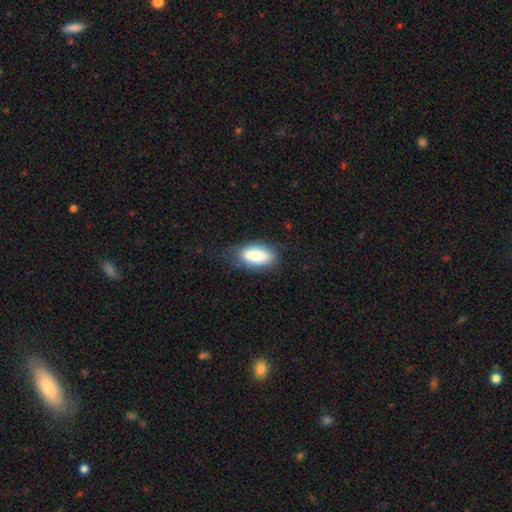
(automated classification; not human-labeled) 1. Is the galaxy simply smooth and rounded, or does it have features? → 81% smooth, 12% featured or disk, 7% star or artifact.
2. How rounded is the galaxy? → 93% in between, 4% cigar-shaped, 3% round.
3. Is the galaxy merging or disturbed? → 62% none, 25% minor disturbance, 11% major disturbance, 2% merger.